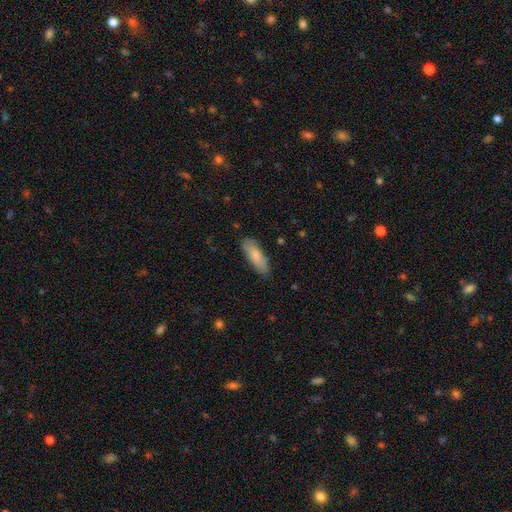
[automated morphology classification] smooth-or-featured: smooth: 78% | featured or disk: 17% | star or artifact: 6%
  how-rounded: in between: 62% | cigar-shaped: 36% | round: 2%
  merging: none: 81% | minor disturbance: 15% | major disturbance: 3% | merger: 1%